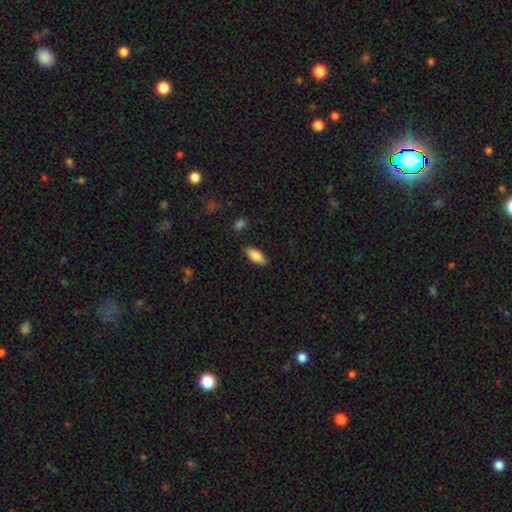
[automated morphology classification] Smooth or featured? smooth (86%)
How rounded? in between (83%)
Merging? none (84%)